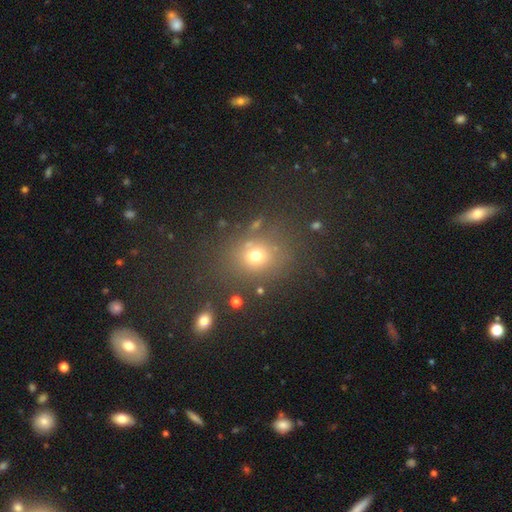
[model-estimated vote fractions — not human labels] This is likely a smooth galaxy (69%). How rounded: likely round (70%). Merging: likely none (77%).